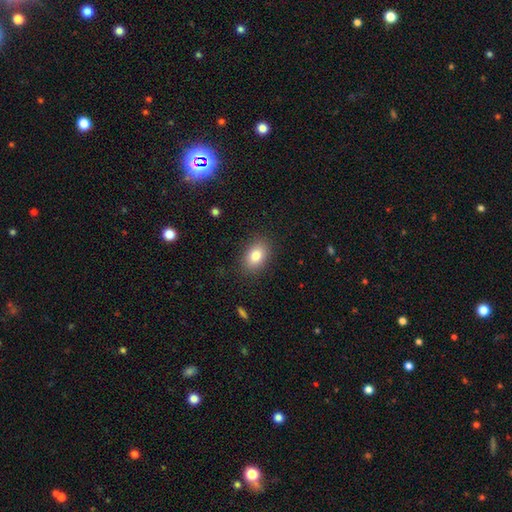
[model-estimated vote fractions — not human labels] Smooth or featured? Predicted: smooth (p=0.82). How rounded? Predicted: in between (p=0.83). Merging? Predicted: none (p=0.87).